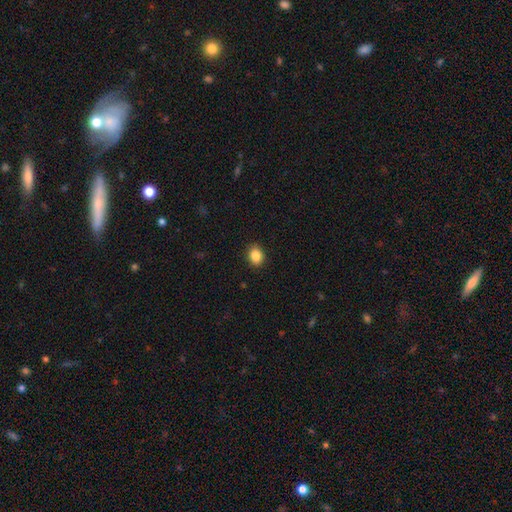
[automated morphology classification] smooth 87%, star or artifact 9%, featured or disk 5%. Down the decision tree: how rounded — in between (60%); merging — none (90%).